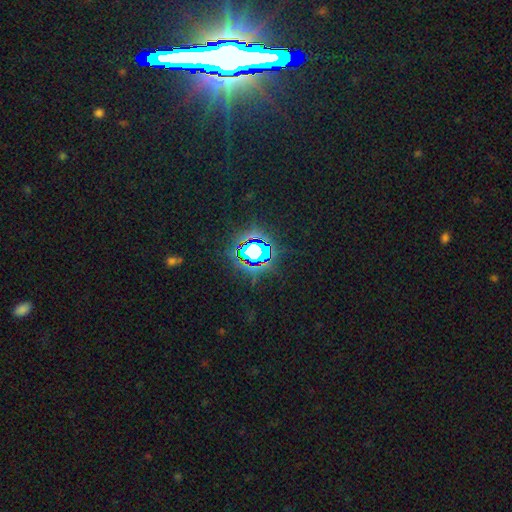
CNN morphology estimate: Smooth or featured? star or artifact (78%)